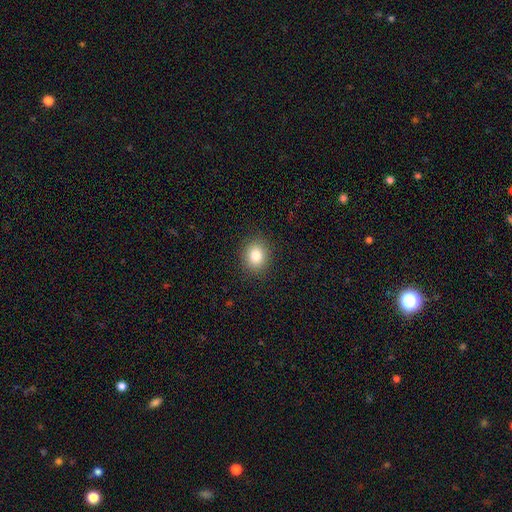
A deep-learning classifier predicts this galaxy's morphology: smooth 82%, star or artifact 10%, featured or disk 7%. Down the decision tree: how rounded — round (71%); merging — none (89%).